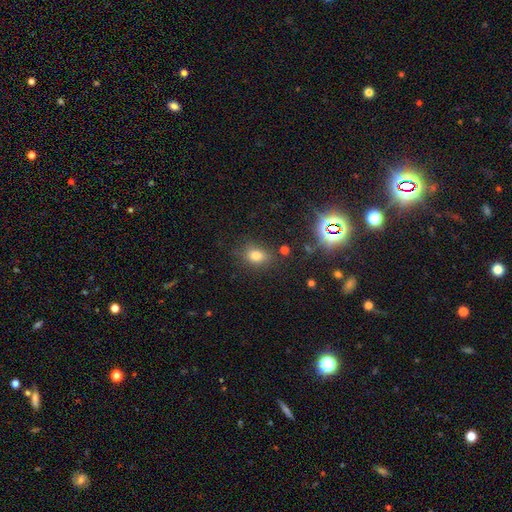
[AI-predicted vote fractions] smooth 73%, star or artifact 18%, featured or disk 9%. Down the decision tree: how rounded — in between (57%); merging — none (77%).